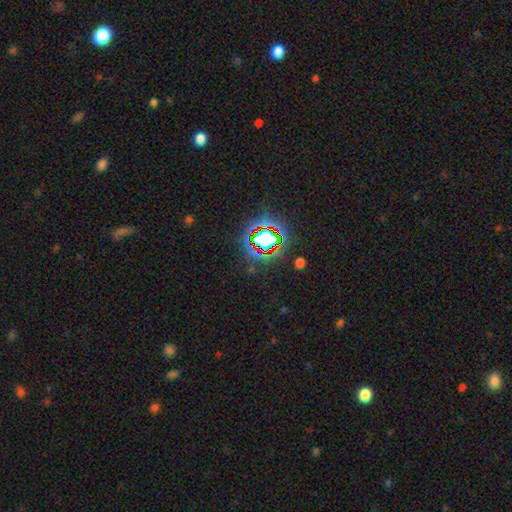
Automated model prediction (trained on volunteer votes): smooth_or_featured: star or artifact (p=0.80) [alt: smooth p=0.11]